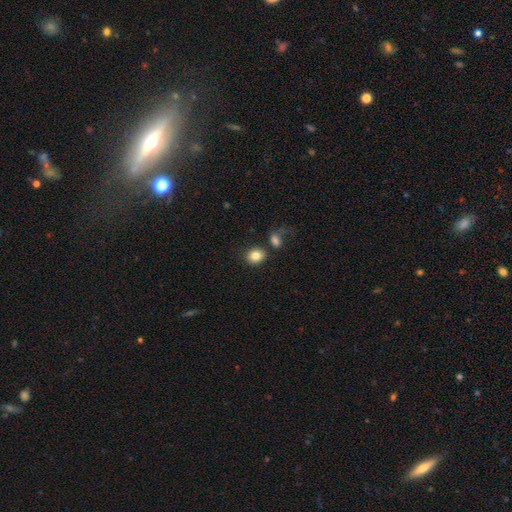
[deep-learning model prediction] smooth 83%, star or artifact 9%, featured or disk 7%. Down the decision tree: how rounded — round (63%); merging — none (75%).